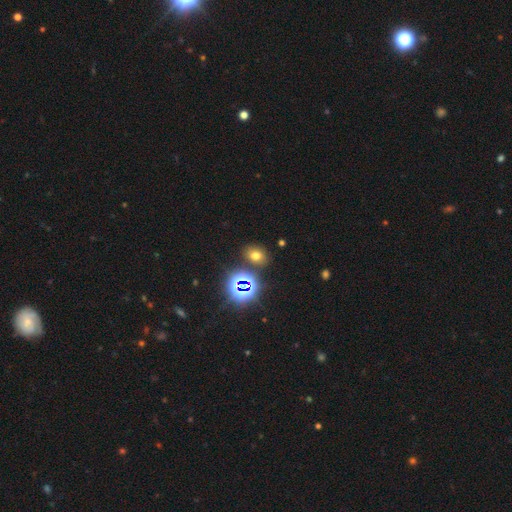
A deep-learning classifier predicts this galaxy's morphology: Overall: smooth (62%; star or artifact 28%). How rounded: in between (60%; round 39%). Merging: none (81%).